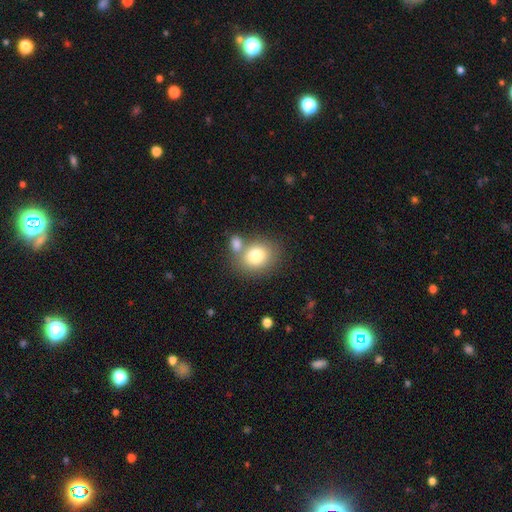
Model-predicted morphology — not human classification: This is likely a smooth galaxy (79%). How rounded: likely round (61%). Merging: possibly none (56%).